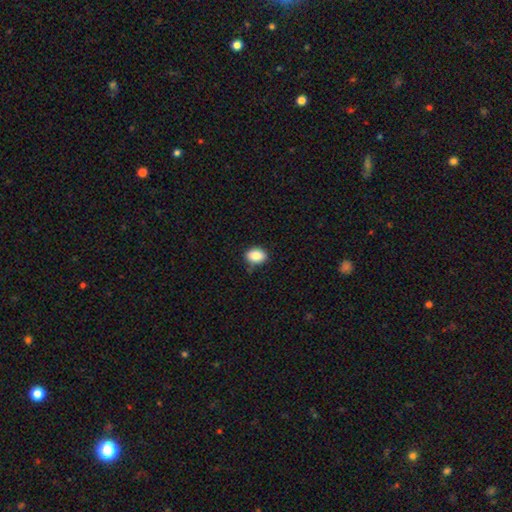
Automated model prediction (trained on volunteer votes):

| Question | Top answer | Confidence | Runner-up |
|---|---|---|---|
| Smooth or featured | smooth | 86% | star or artifact (8%) |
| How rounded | in between | 72% | round (27%) |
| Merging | none | 77% | minor disturbance (17%) |